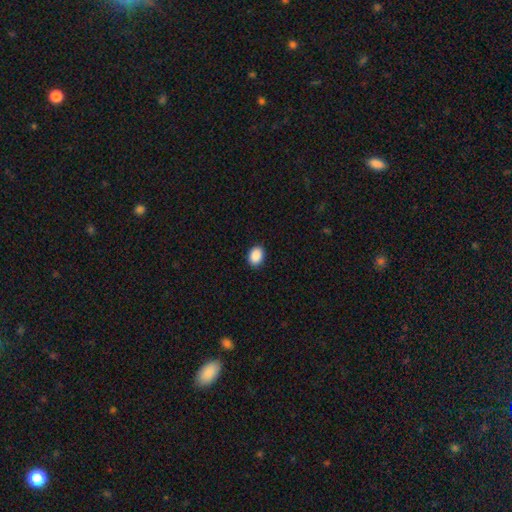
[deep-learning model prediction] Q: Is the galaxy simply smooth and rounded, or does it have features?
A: smooth — 90%.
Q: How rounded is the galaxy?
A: in between — 61%.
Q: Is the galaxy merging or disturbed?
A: none — 90%.